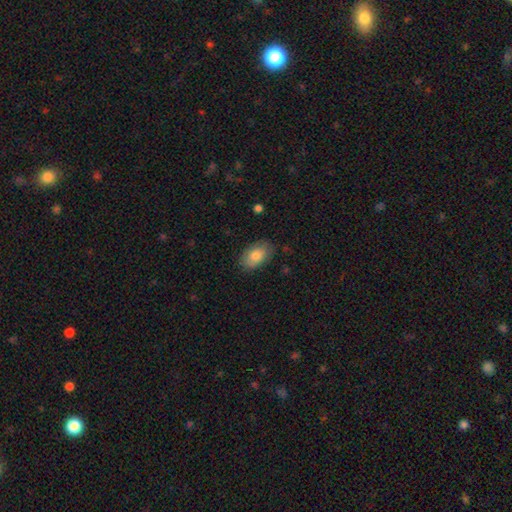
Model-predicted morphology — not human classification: A smooth galaxy with no disk features (84%) that is in between round and cigar-shaped (93%). Merging: none (82%).